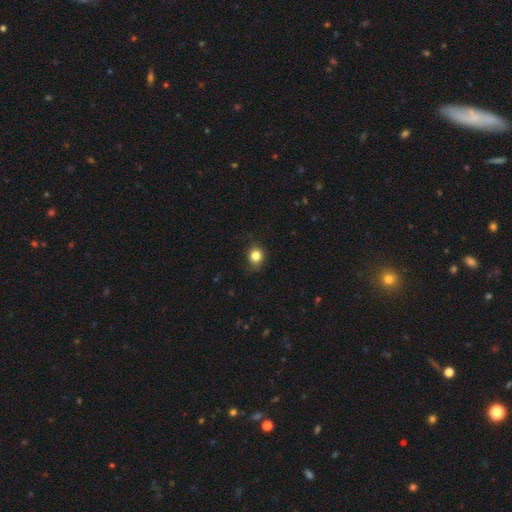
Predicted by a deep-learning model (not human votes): The model was most divided on "how rounded": round: 74%, in between: 25%, cigar-shaped: 1%. More confident: smooth or featured — smooth (83%); merging — none (74%).